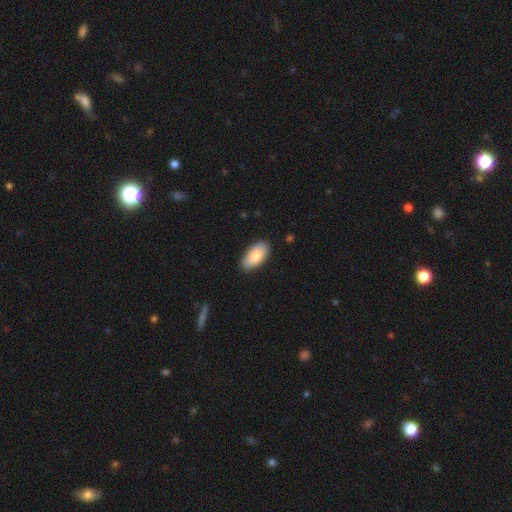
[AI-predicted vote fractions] Smooth or featured: smooth — 81% (featured or disk — 14%)
How rounded: in between — 94% (cigar-shaped — 4%)
Merging: none — 87% (minor disturbance — 10%)